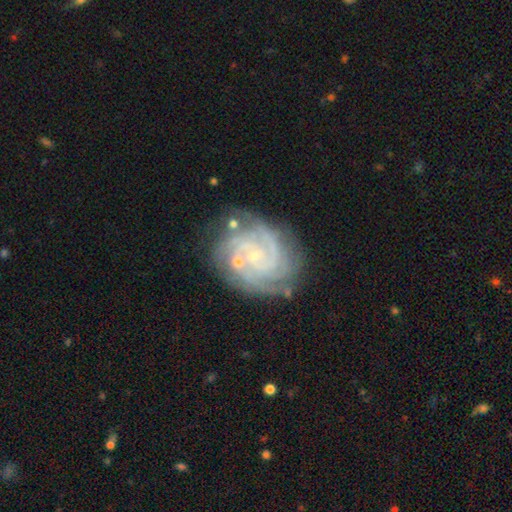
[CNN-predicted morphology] This is clearly a featured or disk galaxy (88%). It is clearly not viewed edge-on (98%). Bar: likely no (71%). Spiral arm pattern: clearly yes (98%). Spiral arm count: marginally 4 (32%). Spiral winding: likely tight (76%). Central bulge: clearly small (83%). Merging: likely none (70%).